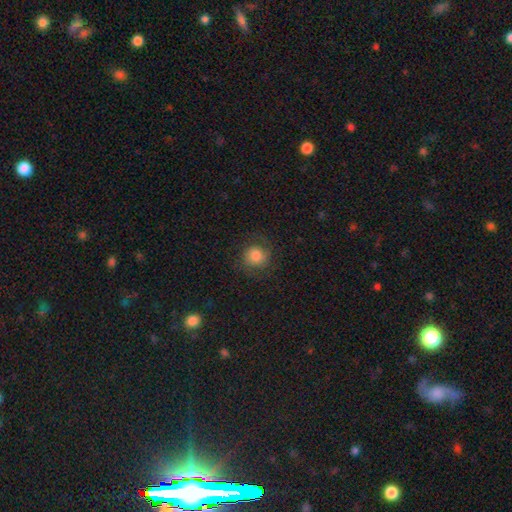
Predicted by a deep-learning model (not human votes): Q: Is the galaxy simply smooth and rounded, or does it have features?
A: smooth — 68%.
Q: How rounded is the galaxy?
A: round — 88%.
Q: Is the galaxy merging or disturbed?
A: none — 78%.